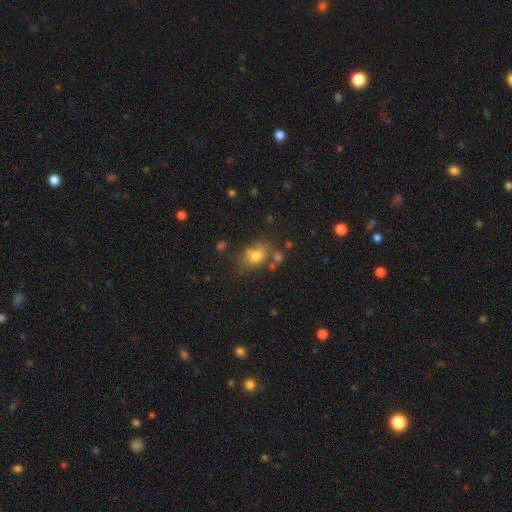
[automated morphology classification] Smooth or featured? smooth (75%)
How rounded? in between (63%)
Merging? none (59%)